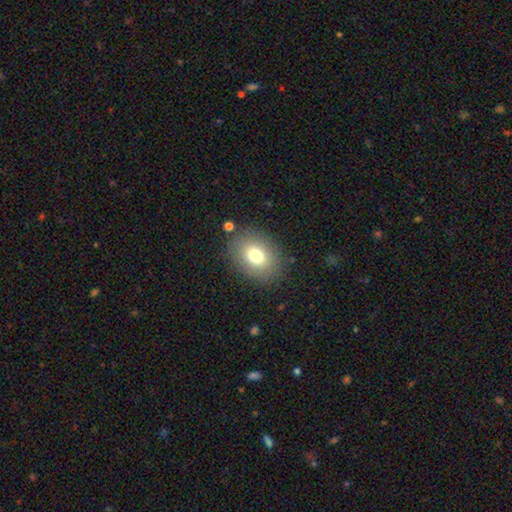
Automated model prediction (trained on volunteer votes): Morphology: type=smooth (76%); roundness=in between (63%); merging=none (83%).